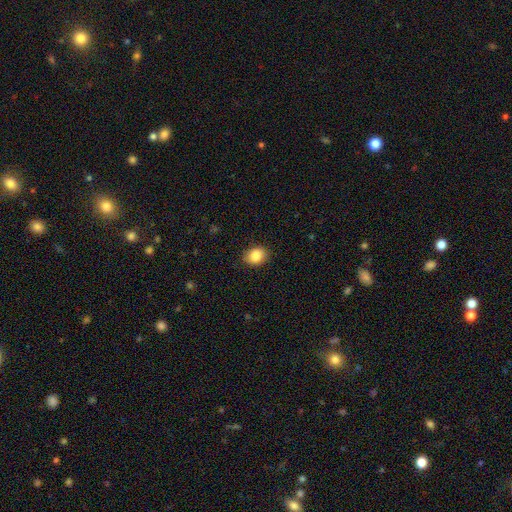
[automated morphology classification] Smooth or featured: smooth — 87% (star or artifact — 8%)
How rounded: in between — 58% (round — 41%)
Merging: none — 86% (minor disturbance — 10%)